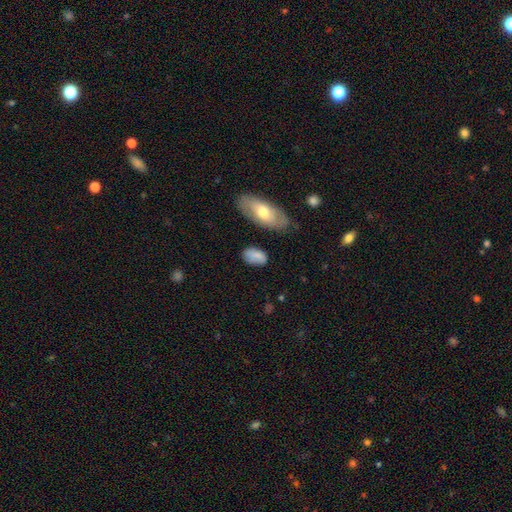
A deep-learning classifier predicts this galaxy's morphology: Q: Smooth or featured?
A: smooth (81%); runner-up: featured or disk (12%)
Q: How rounded?
A: in between (92%); runner-up: round (6%)
Q: Merging?
A: none (72%); runner-up: minor disturbance (19%)